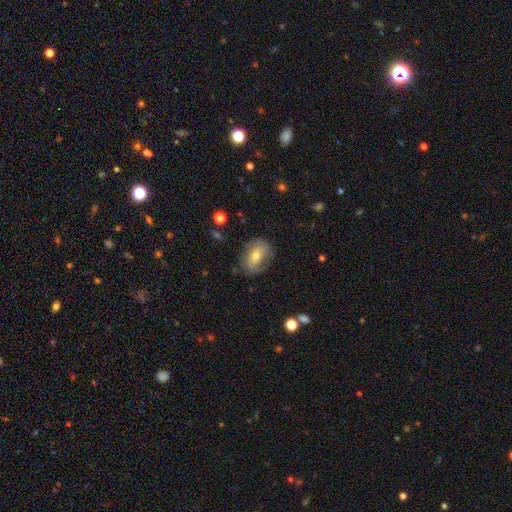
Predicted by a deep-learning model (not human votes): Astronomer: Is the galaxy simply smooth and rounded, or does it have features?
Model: smooth — 55% (runner-up: featured or disk, 36%).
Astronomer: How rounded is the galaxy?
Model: in between — 80%.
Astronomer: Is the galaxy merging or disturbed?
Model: none — 71%.